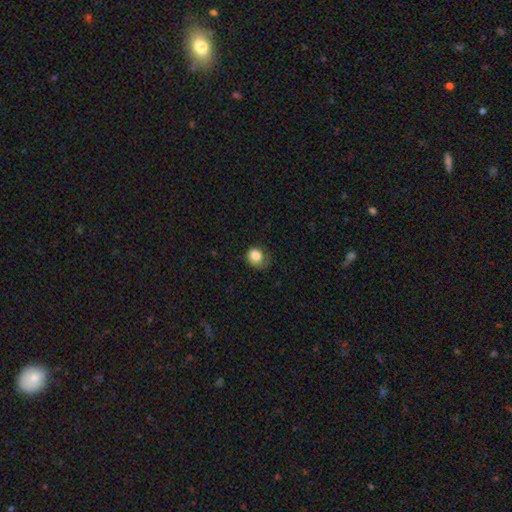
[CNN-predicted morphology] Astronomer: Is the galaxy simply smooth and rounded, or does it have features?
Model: smooth — 81%.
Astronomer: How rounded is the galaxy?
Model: round — 66%.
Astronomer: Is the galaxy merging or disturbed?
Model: none — 46% (runner-up: minor disturbance, 31%).